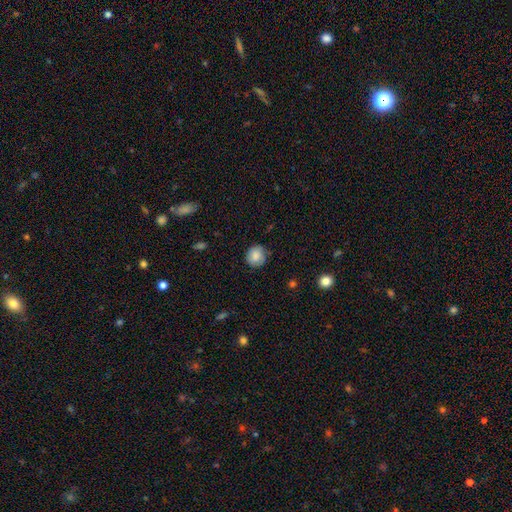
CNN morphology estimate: This appears to be a smooth galaxy with no disk features (83%) that is round (86%). Merging: none (79%).